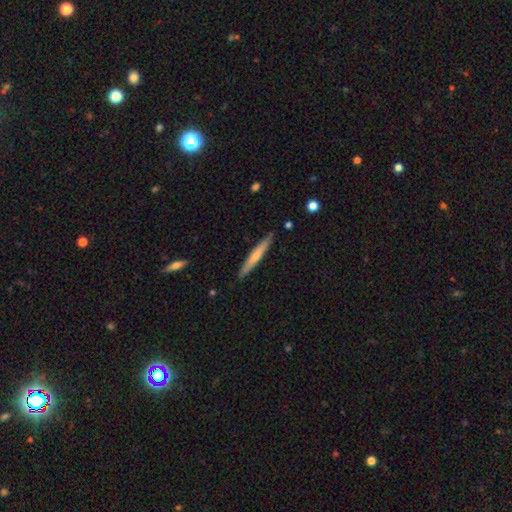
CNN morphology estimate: smooth_or_featured: smooth (p=0.59) [alt: featured or disk p=0.36]
how_rounded: cigar-shaped (p=0.95) [alt: in between p=0.04]
merging: none (p=0.88) [alt: minor disturbance p=0.09]